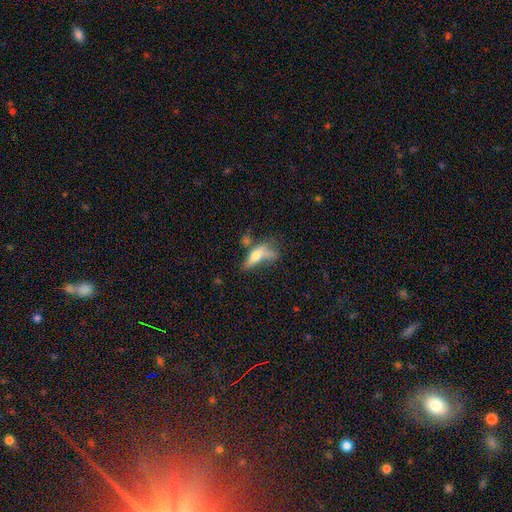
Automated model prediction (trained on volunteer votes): Morphology: type=smooth (53%); roundness=in between (49%); merging=none (29%).